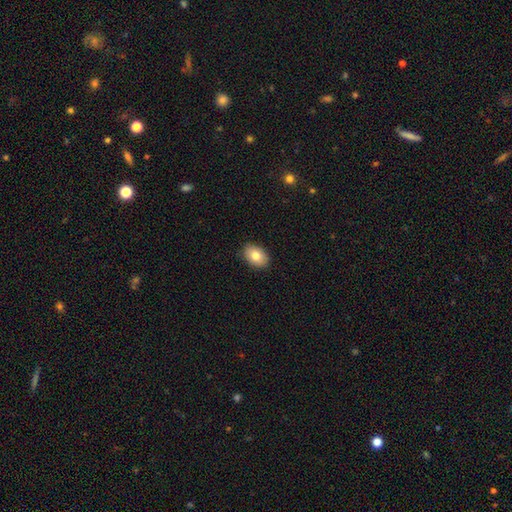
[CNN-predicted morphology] This appears to be a smooth galaxy with no disk features (80%) that is in between round and cigar-shaped (82%). Merging: none (89%).